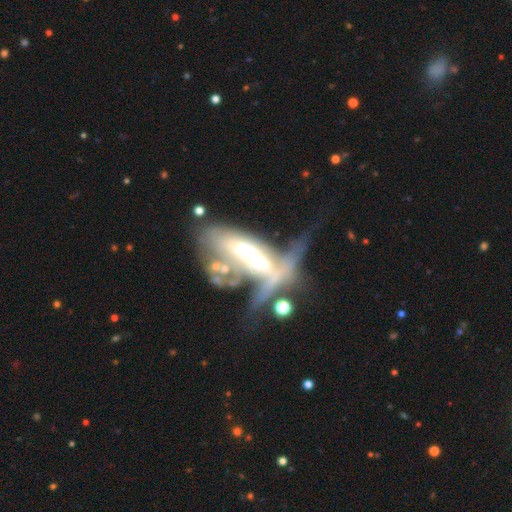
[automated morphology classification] This appears to be a featured or disk galaxy (65%) with no bar (48%), no spiral arms (73%) and a moderate central bulge (32%). Merging: major disturbance (43%).